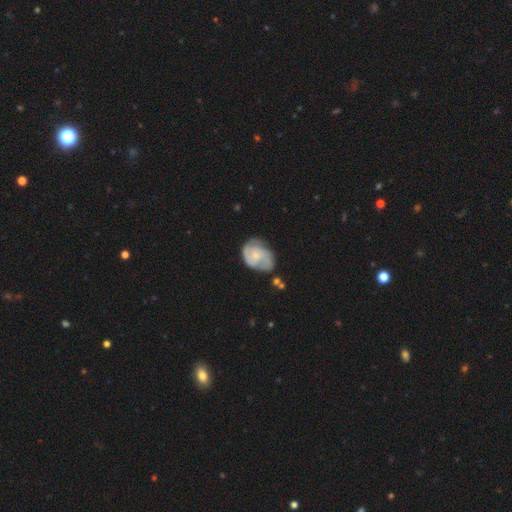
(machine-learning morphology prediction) type=featured or disk (61%); edge-on=no (97%); bar=no (73%); spiral arms=yes (83%); bulge=small (59%); merging=none (48%).